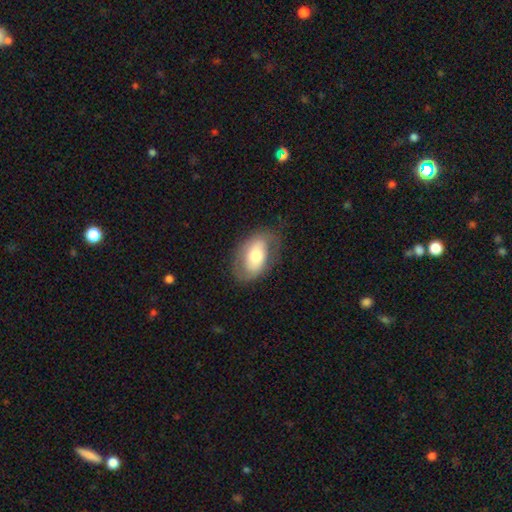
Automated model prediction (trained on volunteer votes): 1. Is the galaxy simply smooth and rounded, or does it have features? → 52% smooth, 42% featured or disk, 6% star or artifact.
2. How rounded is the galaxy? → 88% in between, 11% round, 1% cigar-shaped.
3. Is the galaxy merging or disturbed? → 68% none, 21% minor disturbance, 10% major disturbance, 1% merger.